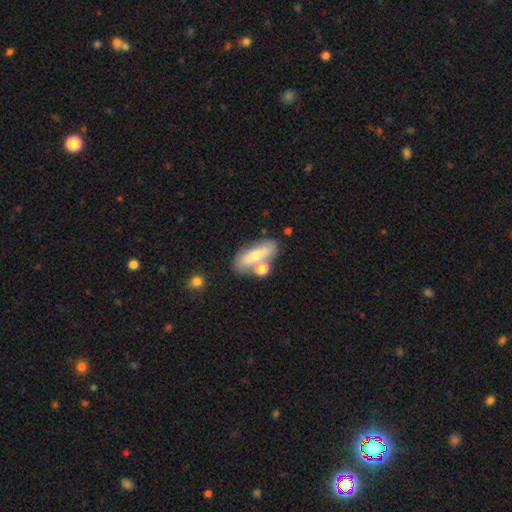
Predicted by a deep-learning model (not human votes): The model was most divided on "how rounded": in between: 58%, cigar-shaped: 34%, round: 7%. More confident: smooth or featured — smooth (61%); merging — none (58%).